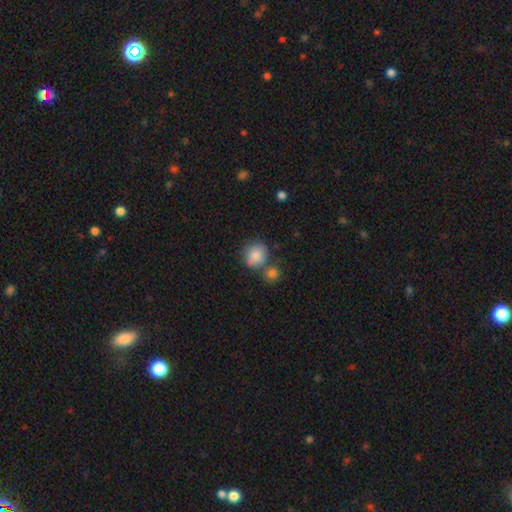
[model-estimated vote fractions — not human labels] This appears to be a smooth galaxy with no disk features (85%) that is round (78%). Merging: none (52%).